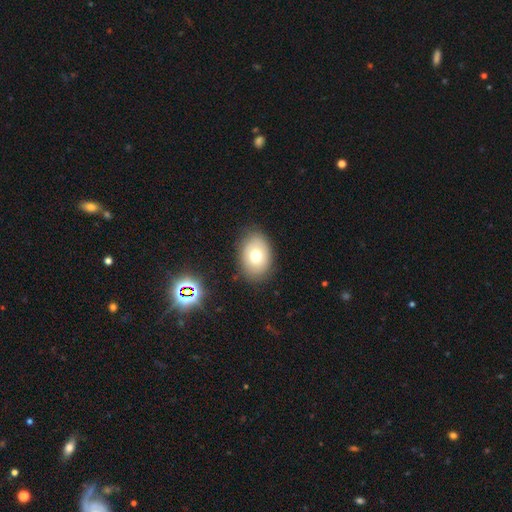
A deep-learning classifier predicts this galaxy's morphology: The model was most divided on "smooth or featured": smooth: 69%, featured or disk: 21%, star or artifact: 10%. More confident: merging — none (84%); how rounded — in between (74%).